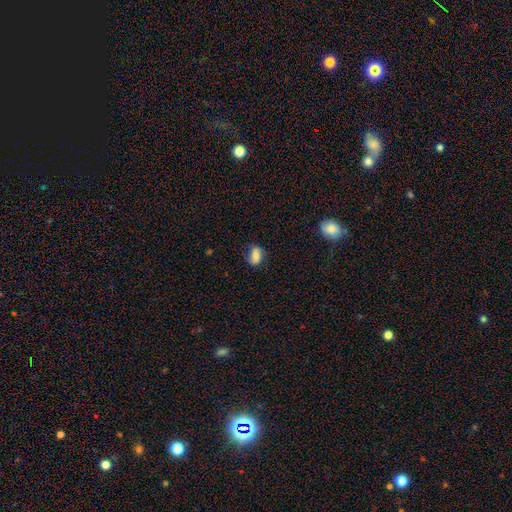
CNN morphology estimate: A smooth galaxy with no disk features (69%) that is in between round and cigar-shaped (77%).

Vote fractions:
- Smooth or featured? smooth: 69% / featured or disk: 22% / star or artifact: 9%
- How rounded? in between: 77% / round: 20% / cigar-shaped: 3%
- Merging? none: 72% / minor disturbance: 21% / major disturbance: 5% / merger: 2%